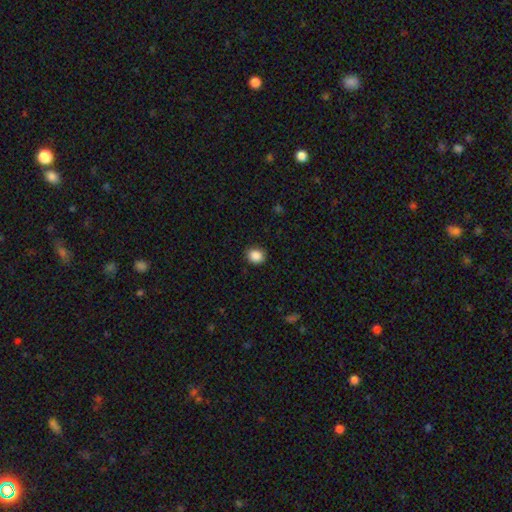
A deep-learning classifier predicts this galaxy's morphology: This appears to be a smooth galaxy with no disk features (88%) that is round (71%). Merging: none (89%).